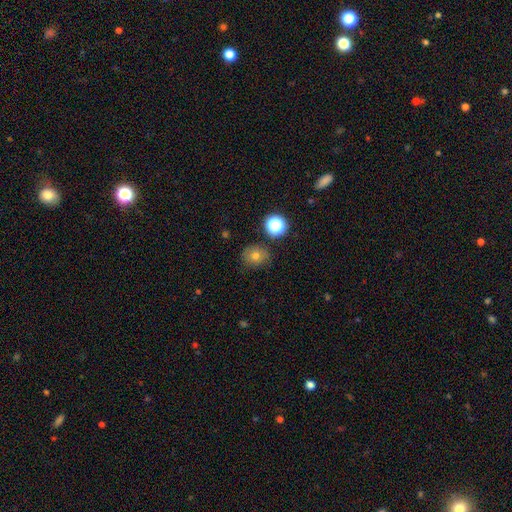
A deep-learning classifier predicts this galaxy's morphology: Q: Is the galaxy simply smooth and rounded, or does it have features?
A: smooth — 71%.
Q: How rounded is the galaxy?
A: round — 77%.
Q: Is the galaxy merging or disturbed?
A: none — 79%.